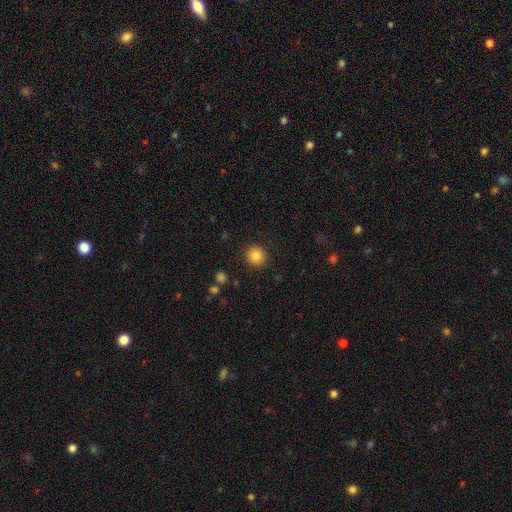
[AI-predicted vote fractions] Q: Smooth or featured?
A: smooth (84%); runner-up: star or artifact (10%)
Q: How rounded?
A: round (92%); runner-up: in between (7%)
Q: Merging?
A: none (91%); runner-up: minor disturbance (6%)